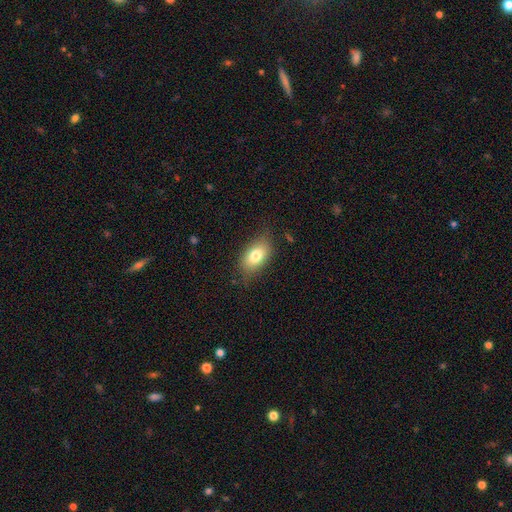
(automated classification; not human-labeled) Smooth or featured?
  - smooth: 78% *
  - featured or disk: 14%
  - star or artifact: 8%
How rounded?
  - in between: 89% *
  - round: 8%
  - cigar-shaped: 3%
Merging?
  - none: 76% *
  - minor disturbance: 18%
  - major disturbance: 5%
  - merger: 1%